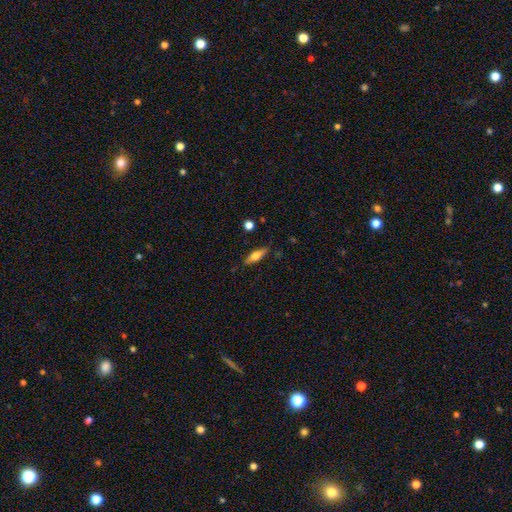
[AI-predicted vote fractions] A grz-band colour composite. It shows a smooth galaxy with no disk features (51%) that is cigar-shaped (50%). Merging: none (83%).